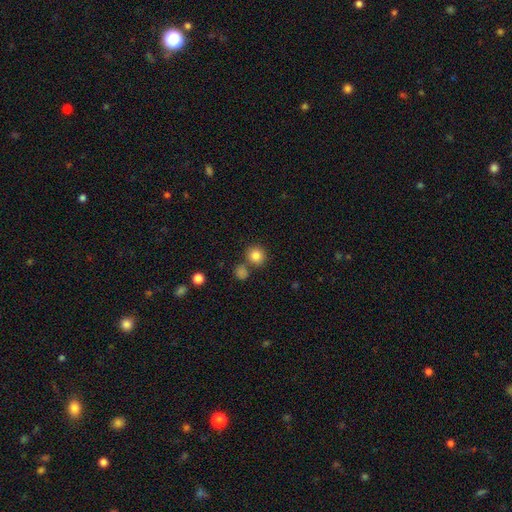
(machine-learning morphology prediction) Smooth or featured? Predicted: smooth (p=0.83). How rounded? Predicted: round (p=0.91). Merging? Predicted: none (p=0.74).